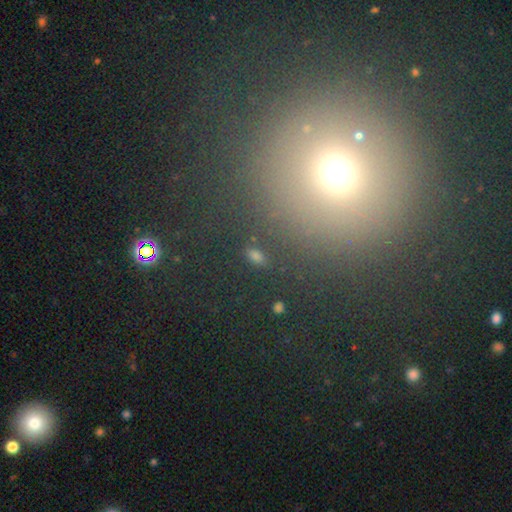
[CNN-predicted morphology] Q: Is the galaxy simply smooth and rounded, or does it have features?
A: smooth — 58%.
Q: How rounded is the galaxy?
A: in between — 74%.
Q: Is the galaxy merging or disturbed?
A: none — 82%.